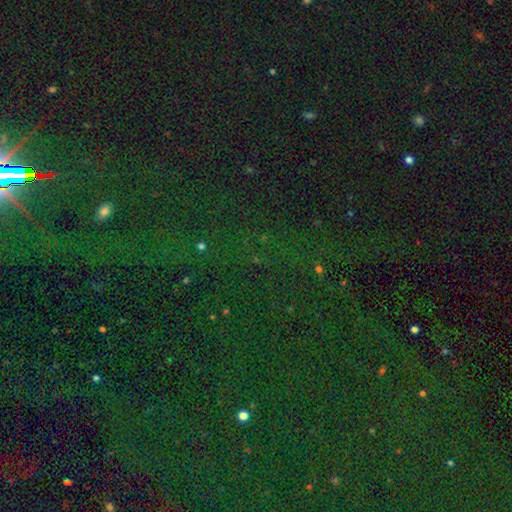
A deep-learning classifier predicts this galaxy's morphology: Overall: star or artifact (85%).